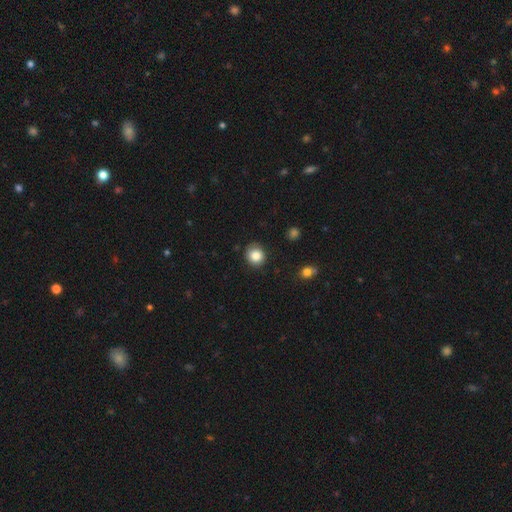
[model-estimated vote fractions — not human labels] Smooth or featured? smooth (85%)
How rounded? round (83%)
Merging? none (83%)